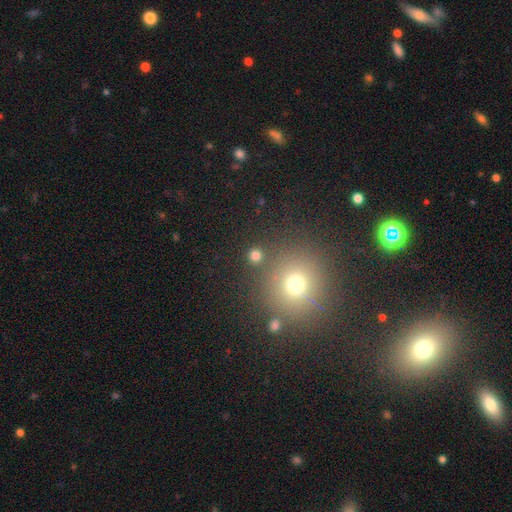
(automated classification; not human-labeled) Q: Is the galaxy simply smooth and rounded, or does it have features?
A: smooth — 77%.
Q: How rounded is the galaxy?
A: round — 92%.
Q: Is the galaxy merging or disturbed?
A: none — 82%.